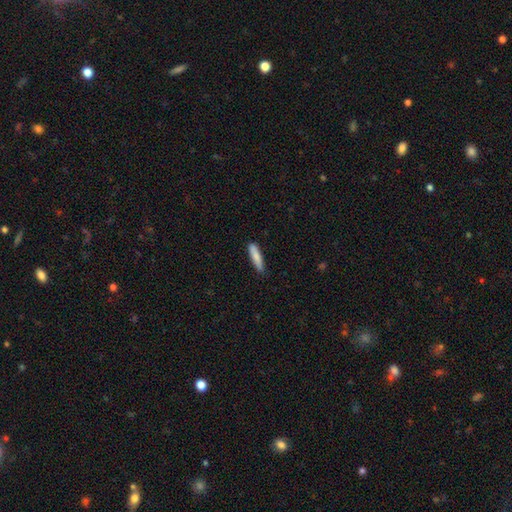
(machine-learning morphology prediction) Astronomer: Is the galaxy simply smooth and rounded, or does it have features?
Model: smooth — 83%.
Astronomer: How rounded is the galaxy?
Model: cigar-shaped — 81%.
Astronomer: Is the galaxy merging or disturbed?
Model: none — 86%.